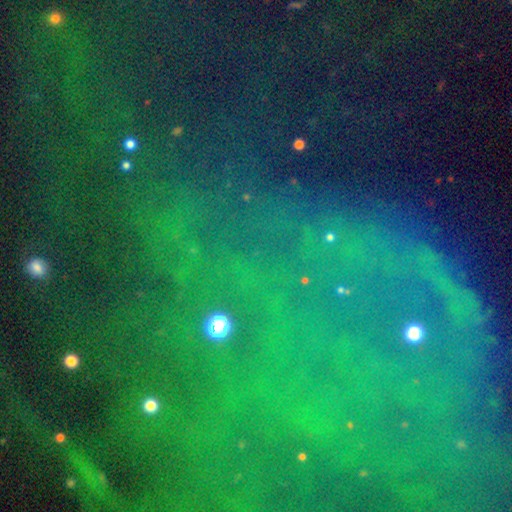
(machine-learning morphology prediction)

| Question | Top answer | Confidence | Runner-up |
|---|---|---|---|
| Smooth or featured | star or artifact | 79% | featured or disk (11%) |